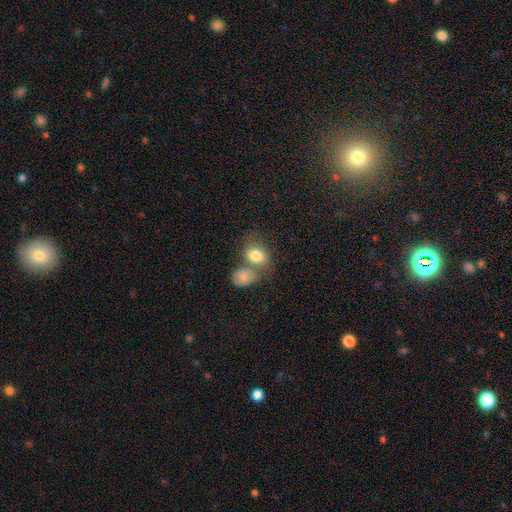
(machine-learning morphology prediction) smooth 80%, featured or disk 12%, star or artifact 8%. Down the decision tree: how rounded — in between (59%); merging — merger (49%).